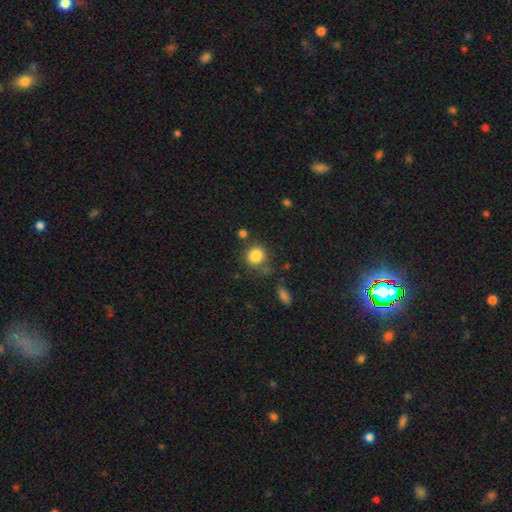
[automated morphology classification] smooth 85%, star or artifact 10%, featured or disk 5%. Down the decision tree: how rounded — round (79%); merging — none (69%).